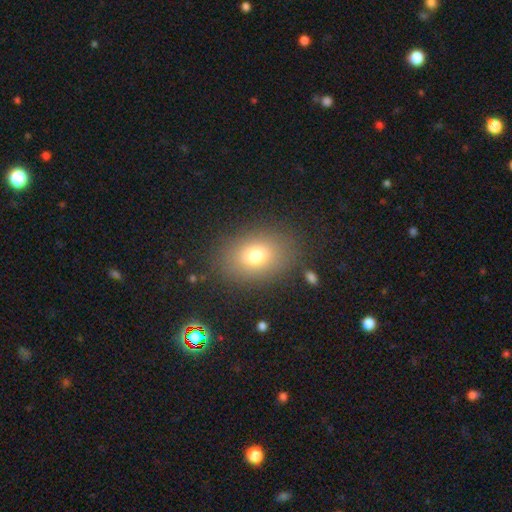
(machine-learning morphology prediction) A smooth galaxy with no disk features (75%) that is in between round and cigar-shaped (71%).

Vote fractions:
- Smooth or featured? smooth: 75% / star or artifact: 13% / featured or disk: 12%
- How rounded? in between: 71% / round: 27% / cigar-shaped: 1%
- Merging? none: 84% / minor disturbance: 10% / major disturbance: 4% / merger: 2%